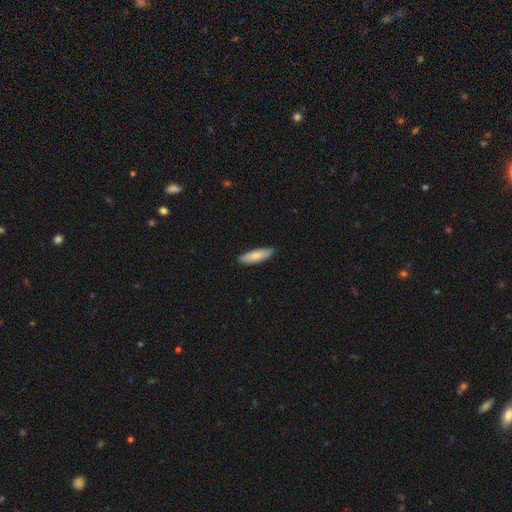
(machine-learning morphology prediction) This is clearly a smooth galaxy (80%). How rounded: possibly cigar-shaped (56%). Merging: clearly none (88%).